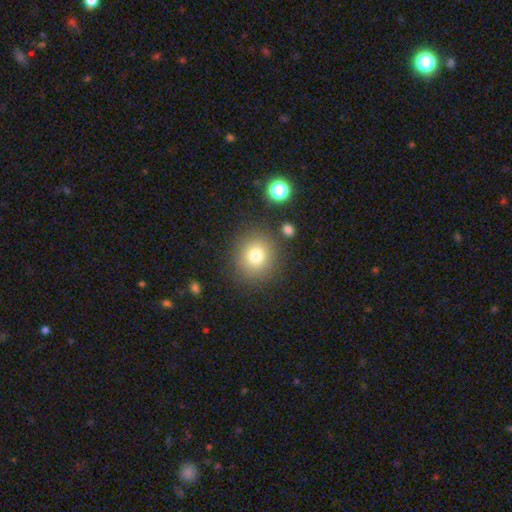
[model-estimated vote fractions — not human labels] Smooth or featured?
  - smooth: 78% *
  - star or artifact: 13%
  - featured or disk: 9%
How rounded?
  - round: 86% *
  - in between: 13%
  - cigar-shaped: 1%
Merging?
  - none: 85% *
  - minor disturbance: 8%
  - major disturbance: 3%
  - merger: 3%